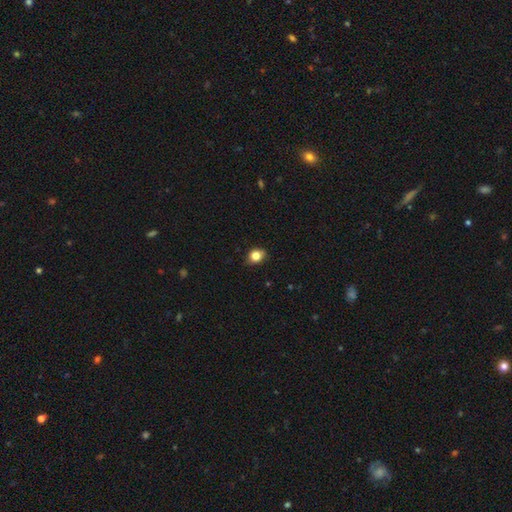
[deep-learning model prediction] Overall: smooth (82%). How rounded: round (54%; in between 45%). Merging: none (84%).